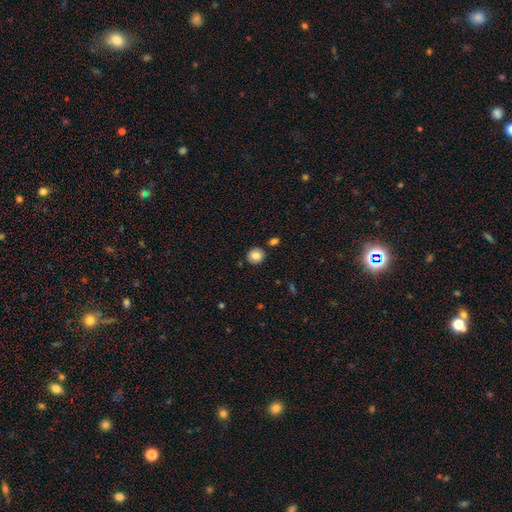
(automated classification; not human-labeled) This is clearly a smooth galaxy (84%). How rounded: clearly round (83%). Merging: clearly none (85%).